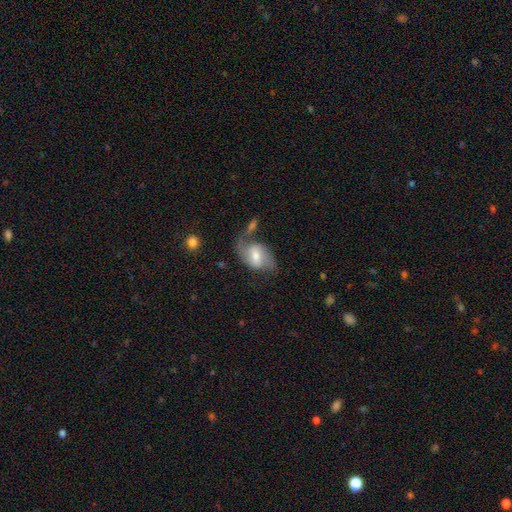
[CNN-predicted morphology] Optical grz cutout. It shows a featured or disk galaxy (59%) with a weak bar (51%), spiral arms (83%) and a moderate central bulge (58%). Merging: none (44%).